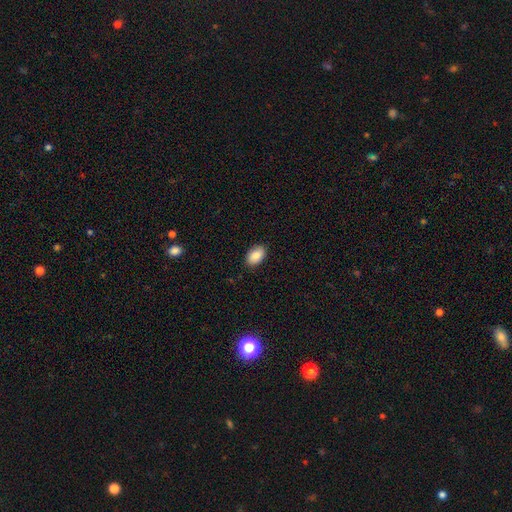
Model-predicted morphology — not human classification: smooth_or_featured: smooth (p=0.88) [alt: star or artifact p=0.07]
how_rounded: in between (p=0.92) [alt: round p=0.06]
merging: none (p=0.88) [alt: minor disturbance p=0.09]